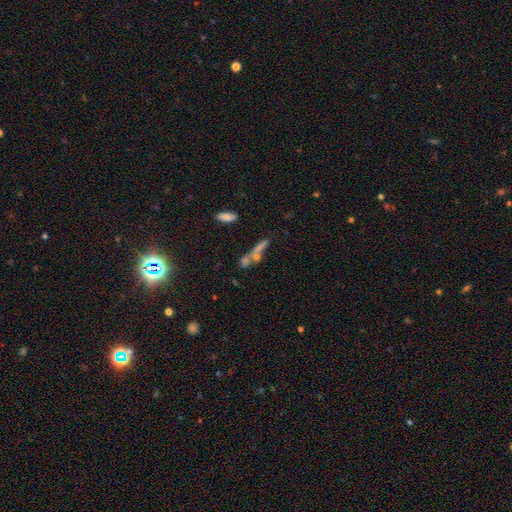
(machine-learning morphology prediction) Smooth or featured: smooth — 43% (featured or disk — 35%)
Merging: none — 41% (merger — 40%)